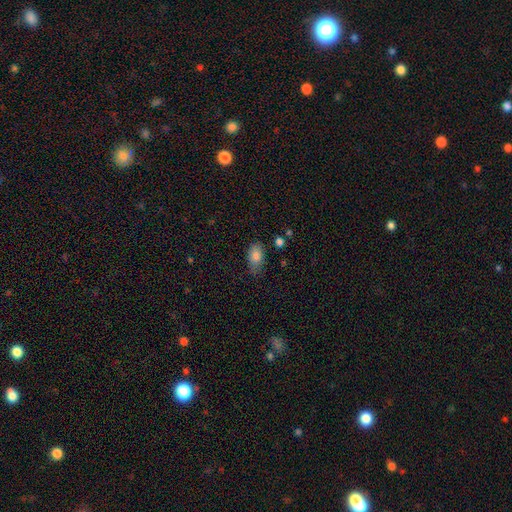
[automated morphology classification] Smooth or featured: smooth — 84% (star or artifact — 8%)
How rounded: in between — 90% (round — 7%)
Merging: none — 66% (minor disturbance — 25%)